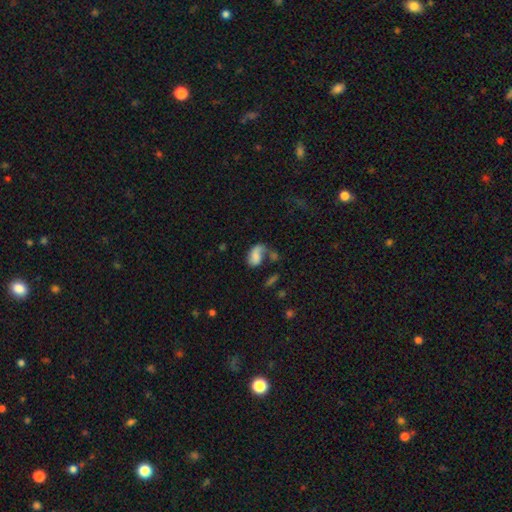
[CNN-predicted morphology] smooth 60%, featured or disk 29%, star or artifact 11%. Down the decision tree: how rounded — in between (86%); merging — none (31%).